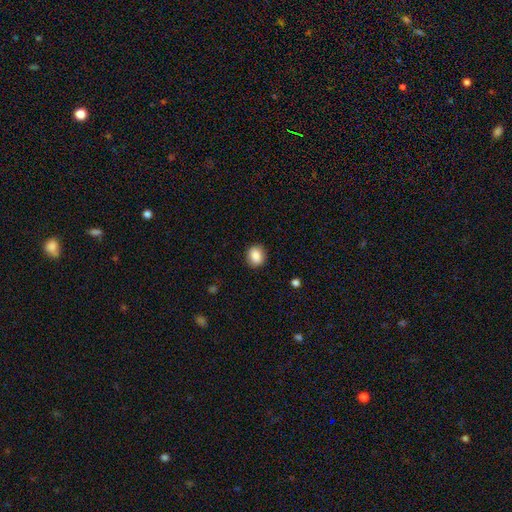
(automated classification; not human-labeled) This appears to be a smooth galaxy with no disk features (87%) that is round (66%). Merging: none (89%).